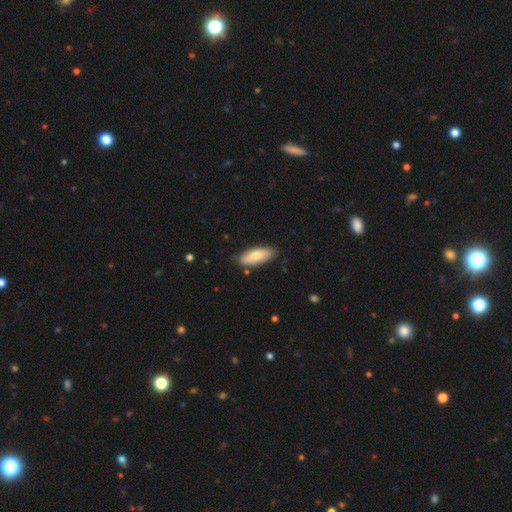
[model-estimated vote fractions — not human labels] A smooth galaxy with no disk features (75%) that is in between round and cigar-shaped (77%).

Vote fractions:
- Smooth or featured? smooth: 75% / featured or disk: 19% / star or artifact: 6%
- How rounded? in between: 77% / cigar-shaped: 22% / round: 2%
- Merging? none: 80% / minor disturbance: 15% / major disturbance: 2% / merger: 2%